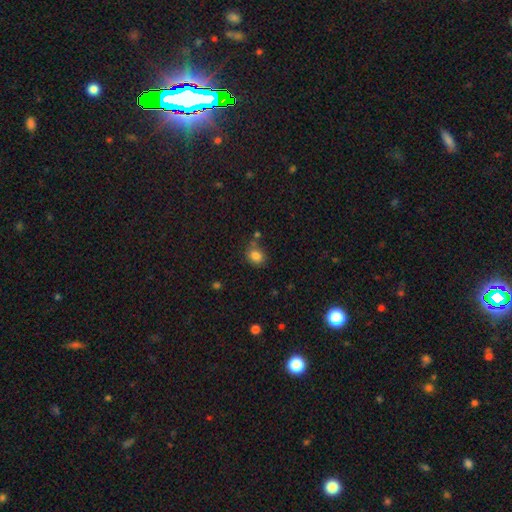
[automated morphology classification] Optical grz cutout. It shows a smooth galaxy with no disk features (83%) that is round (64%). Merging: none (70%).